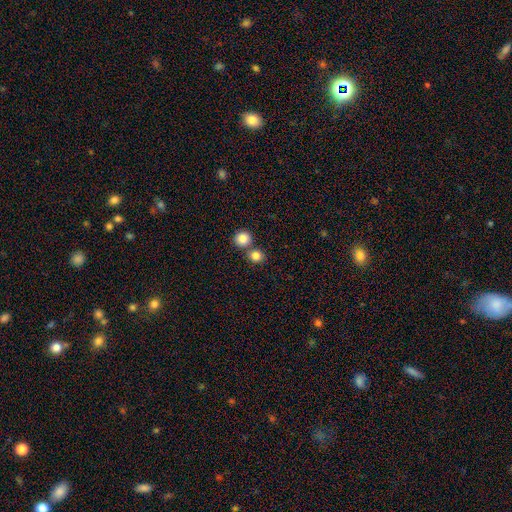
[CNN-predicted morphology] Smooth or featured? smooth (84%)
How rounded? round (87%)
Merging? none (64%)